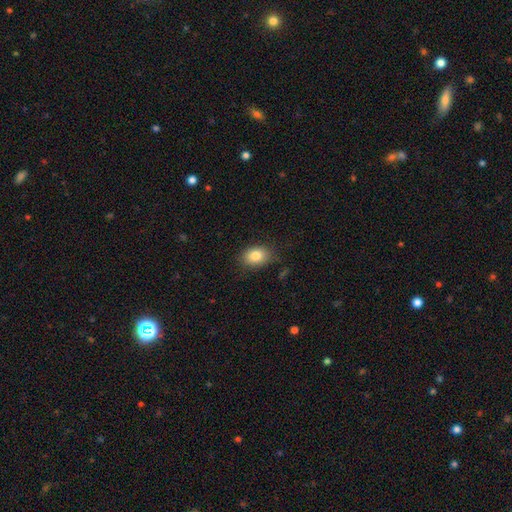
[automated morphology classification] Smooth or featured: smooth — 83% (star or artifact — 9%)
How rounded: in between — 73% (round — 26%)
Merging: none — 81% (minor disturbance — 14%)